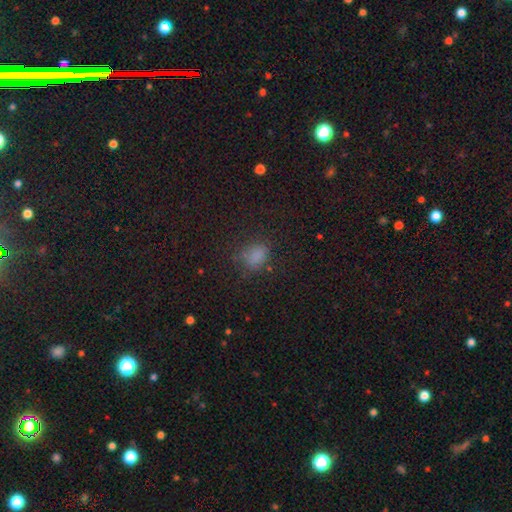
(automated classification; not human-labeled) Smooth or featured?
  - smooth: 76% *
  - star or artifact: 17%
  - featured or disk: 6%
How rounded?
  - in between: 62% *
  - round: 37%
  - cigar-shaped: 2%
Merging?
  - none: 68% *
  - minor disturbance: 19%
  - major disturbance: 10%
  - merger: 2%